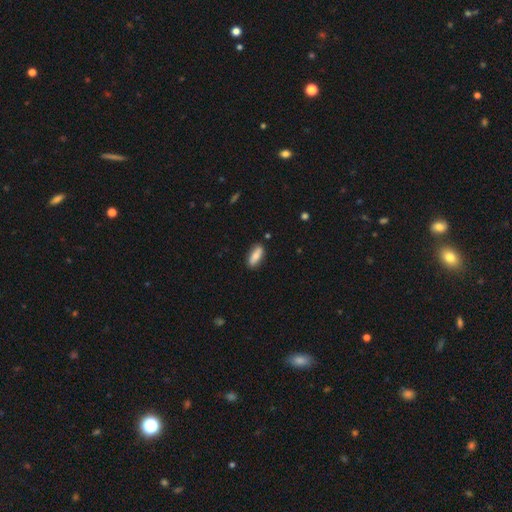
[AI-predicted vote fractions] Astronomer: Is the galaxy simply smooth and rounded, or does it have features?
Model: smooth — 77%.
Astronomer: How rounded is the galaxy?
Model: in between — 67%.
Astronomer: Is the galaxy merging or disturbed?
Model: none — 85%.